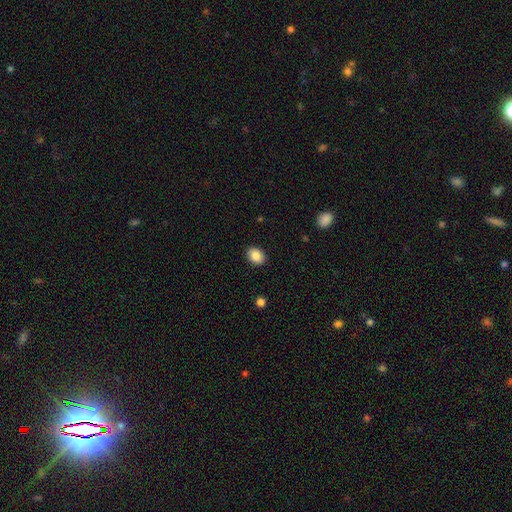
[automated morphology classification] type=smooth (86%); roundness=in between (65%); merging=none (90%).